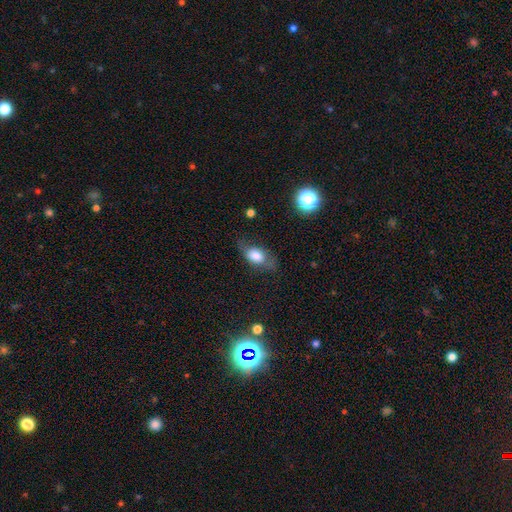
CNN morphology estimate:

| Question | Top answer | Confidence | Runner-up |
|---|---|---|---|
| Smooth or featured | smooth | 67% | featured or disk (24%) |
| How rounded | in between | 80% | round (13%) |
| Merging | none | 62% | minor disturbance (24%) |